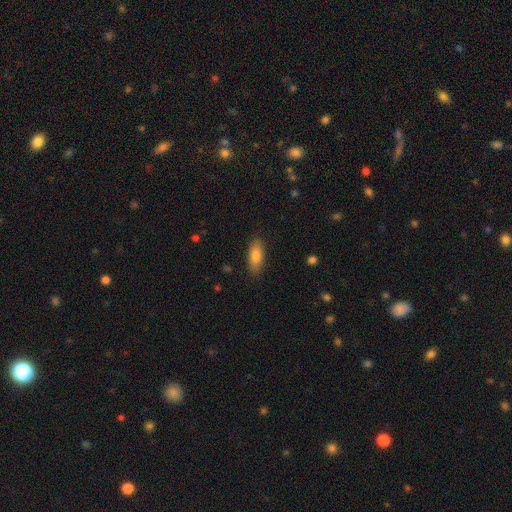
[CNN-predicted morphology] Smooth or featured? Predicted: smooth (p=0.82). How rounded? Predicted: in between (p=0.78). Merging? Predicted: none (p=0.87).